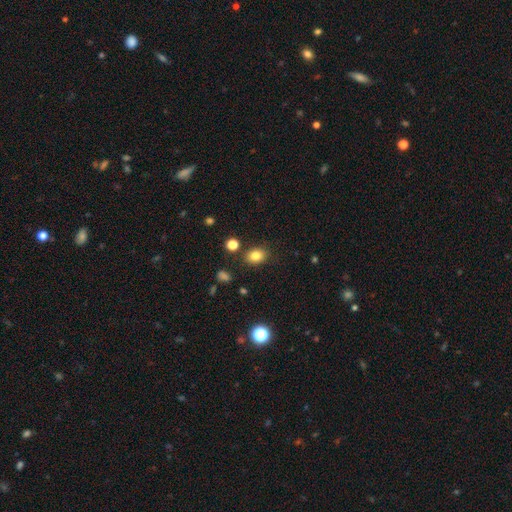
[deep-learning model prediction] smooth_or_featured: smooth (p=0.82) [alt: star or artifact p=0.12]
how_rounded: in between (p=0.61) [alt: round p=0.38]
merging: none (p=0.82) [alt: minor disturbance p=0.10]